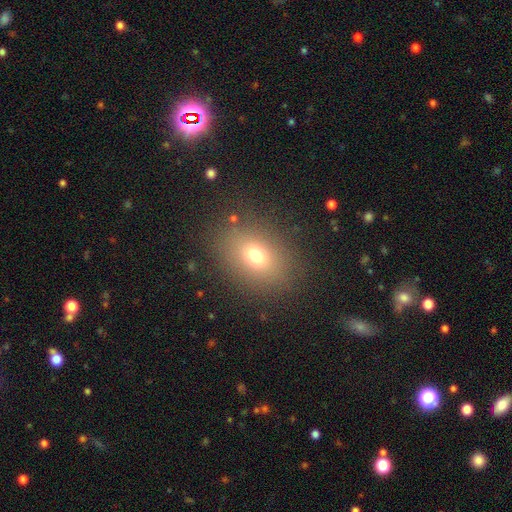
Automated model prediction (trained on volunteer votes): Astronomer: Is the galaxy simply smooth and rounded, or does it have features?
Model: smooth — 71%.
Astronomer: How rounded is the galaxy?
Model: in between — 65%.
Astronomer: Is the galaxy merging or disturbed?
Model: none — 83%.